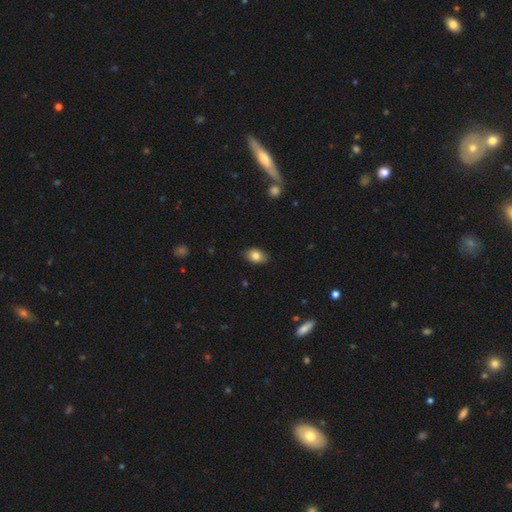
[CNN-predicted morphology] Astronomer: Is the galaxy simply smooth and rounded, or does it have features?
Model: smooth — 83%.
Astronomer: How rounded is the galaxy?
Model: in between — 82%.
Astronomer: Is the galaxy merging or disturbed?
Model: none — 86%.